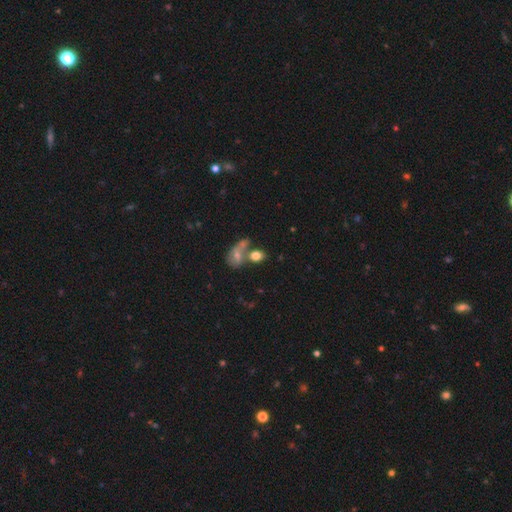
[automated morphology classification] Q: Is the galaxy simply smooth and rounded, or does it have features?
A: smooth — 75%.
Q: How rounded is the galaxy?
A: in between — 57%.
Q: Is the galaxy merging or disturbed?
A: merger — 45%.